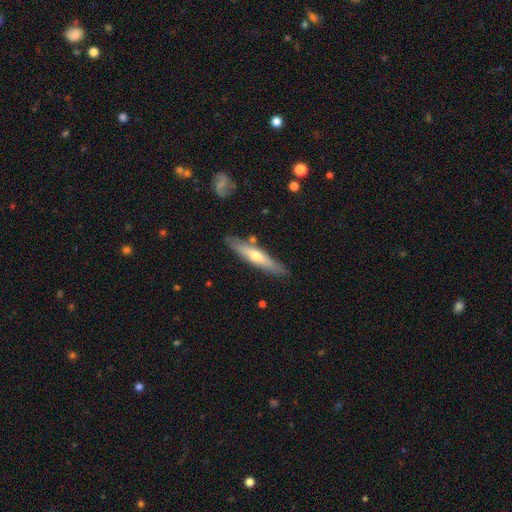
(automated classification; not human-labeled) smooth_or_featured: featured or disk (p=0.48) [alt: smooth p=0.46]
merging: none (p=0.83) [alt: minor disturbance p=0.11]